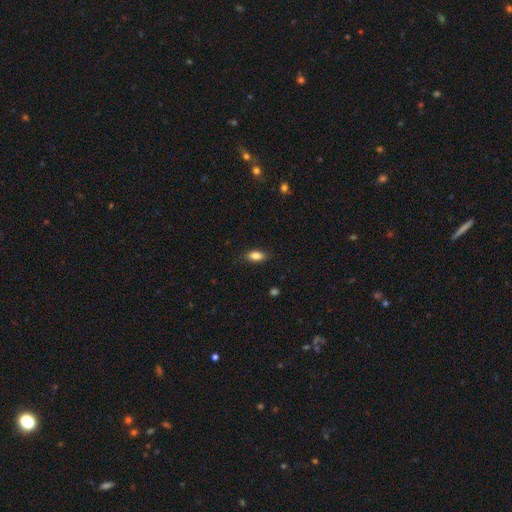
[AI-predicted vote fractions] A smooth galaxy with no disk features (85%) that is in between round and cigar-shaped (86%). Merging: none (83%).